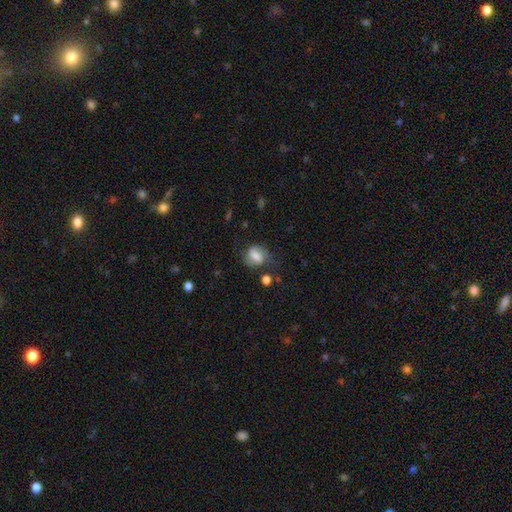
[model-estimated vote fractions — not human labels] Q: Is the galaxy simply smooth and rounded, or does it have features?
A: smooth — 68%.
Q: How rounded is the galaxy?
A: in between — 55%.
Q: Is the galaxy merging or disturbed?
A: none — 54%.